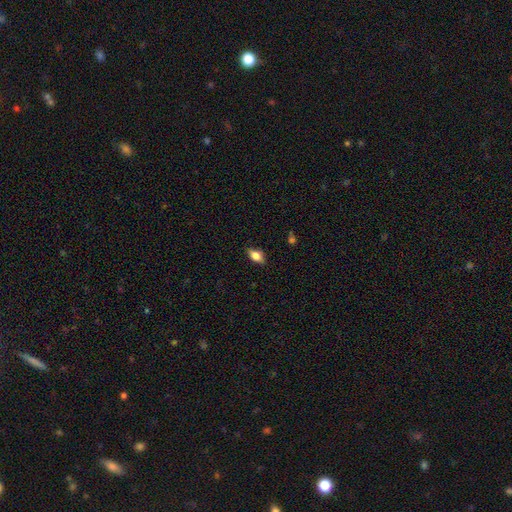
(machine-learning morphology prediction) This appears to be a smooth galaxy with no disk features (77%) that is in between round and cigar-shaped (87%). Merging: none (83%).